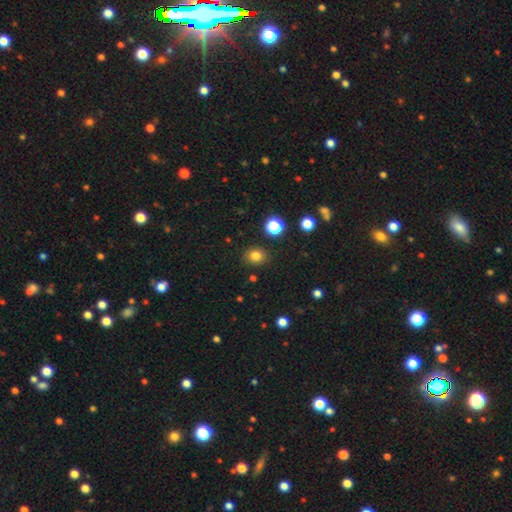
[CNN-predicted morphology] smooth-or-featured: smooth: 80% | star or artifact: 15% | featured or disk: 6%
  how-rounded: round: 77% | in between: 22% | cigar-shaped: 1%
  merging: none: 88% | minor disturbance: 8% | major disturbance: 2% | merger: 2%